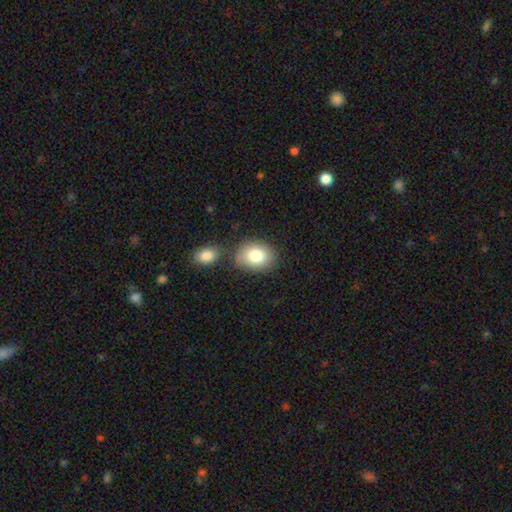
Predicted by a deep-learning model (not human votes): Smooth or featured: smooth — 82% (featured or disk — 11%)
How rounded: in between — 62% (round — 37%)
Merging: none — 69% (merger — 14%)